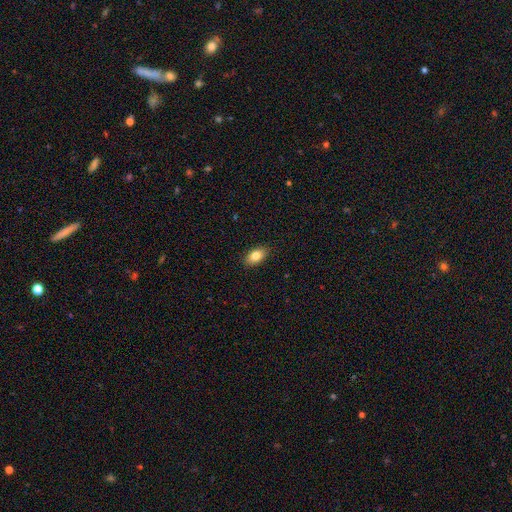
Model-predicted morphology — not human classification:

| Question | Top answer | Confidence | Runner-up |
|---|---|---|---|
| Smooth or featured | smooth | 82% | featured or disk (11%) |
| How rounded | in between | 90% | round (7%) |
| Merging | none | 89% | minor disturbance (8%) |